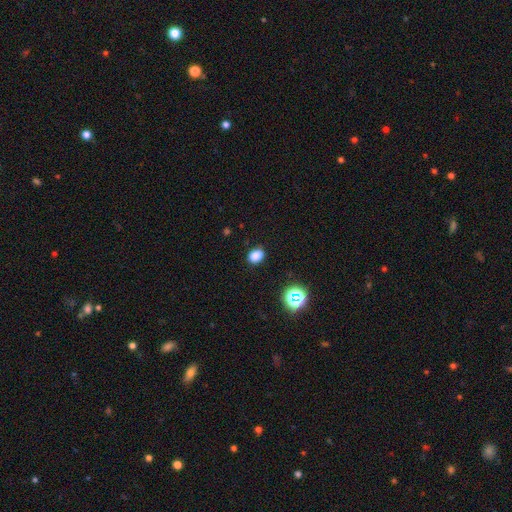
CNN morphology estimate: Overall: smooth (82%). How rounded: in between (70%). Merging: none (87%).